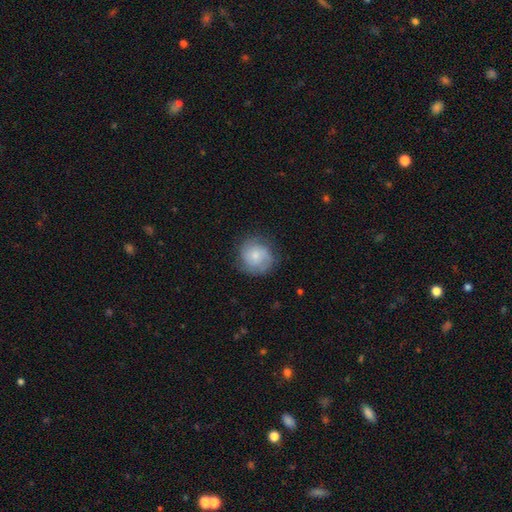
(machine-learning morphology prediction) smooth_or_featured: smooth (p=0.53) [alt: featured or disk p=0.40]
how_rounded: round (p=0.89) [alt: in between p=0.10]
merging: none (p=0.76) [alt: minor disturbance p=0.17]